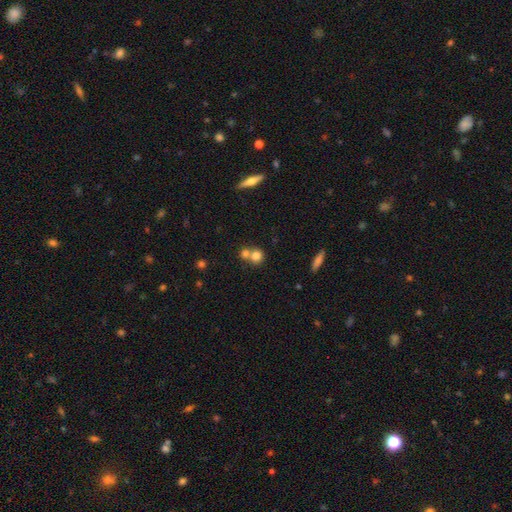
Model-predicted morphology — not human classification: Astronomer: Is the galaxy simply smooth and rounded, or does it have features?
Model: smooth — 77%.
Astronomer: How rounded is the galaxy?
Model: round — 85%.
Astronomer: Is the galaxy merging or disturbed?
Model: merger — 51% (runner-up: none, 41%).